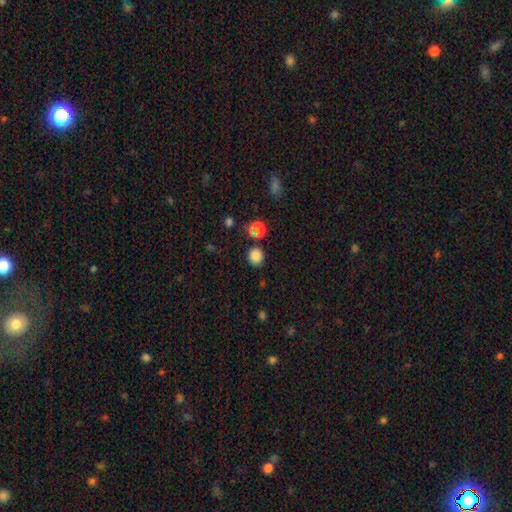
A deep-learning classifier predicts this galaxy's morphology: Smooth or featured? Predicted: smooth (p=0.82). How rounded? Predicted: round (p=0.88). Merging? Predicted: none (p=0.85).